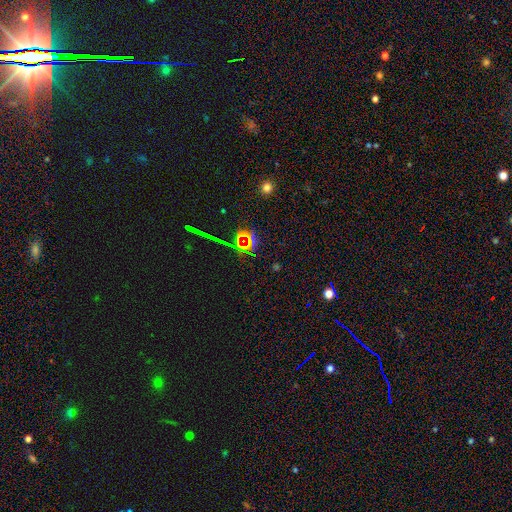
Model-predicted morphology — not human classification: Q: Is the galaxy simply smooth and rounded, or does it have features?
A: star or artifact — 71%.